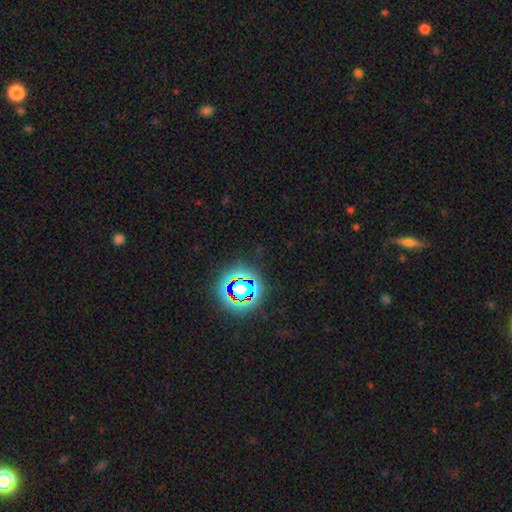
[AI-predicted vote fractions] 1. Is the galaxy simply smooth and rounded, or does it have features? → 77% star or artifact, 15% smooth, 9% featured or disk.